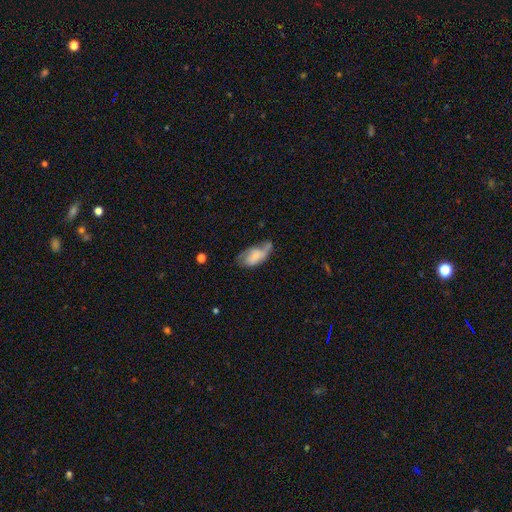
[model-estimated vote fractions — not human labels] A smooth galaxy with no disk features (49%).

Vote fractions:
- Smooth or featured? smooth: 49% / featured or disk: 43% / star or artifact: 8%
- Merging? minor disturbance: 32% / none: 31% / major disturbance: 30% / merger: 7%